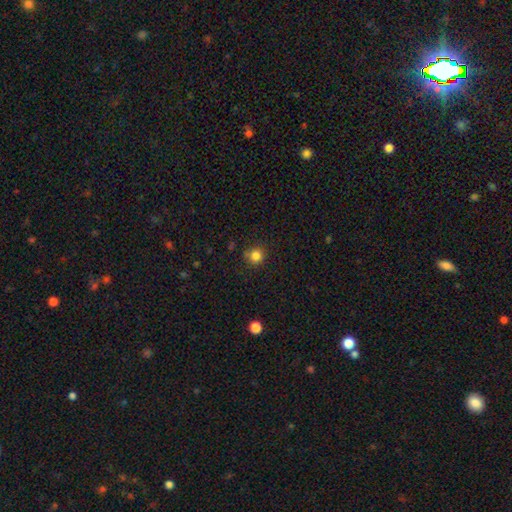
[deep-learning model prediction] Smooth or featured?
  - smooth: 83% *
  - star or artifact: 12%
  - featured or disk: 4%
How rounded?
  - round: 92% *
  - in between: 7%
  - cigar-shaped: 1%
Merging?
  - none: 84% *
  - minor disturbance: 11%
  - major disturbance: 3%
  - merger: 3%